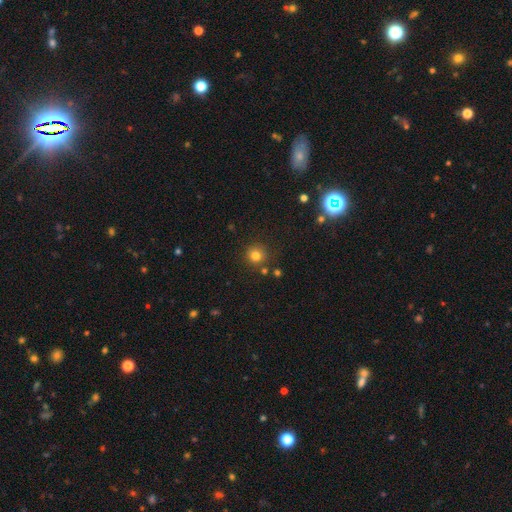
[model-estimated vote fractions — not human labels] smooth_or_featured: smooth (p=0.79) [alt: star or artifact p=0.14]
how_rounded: round (p=0.93) [alt: in between p=0.06]
merging: none (p=0.83) [alt: minor disturbance p=0.09]